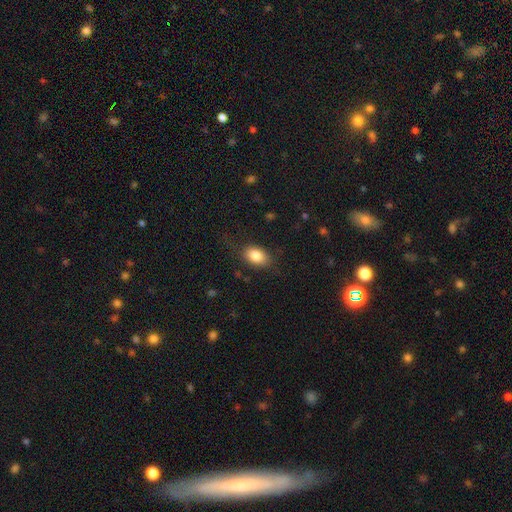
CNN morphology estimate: type=smooth (84%); roundness=in between (86%); merging=none (79%).